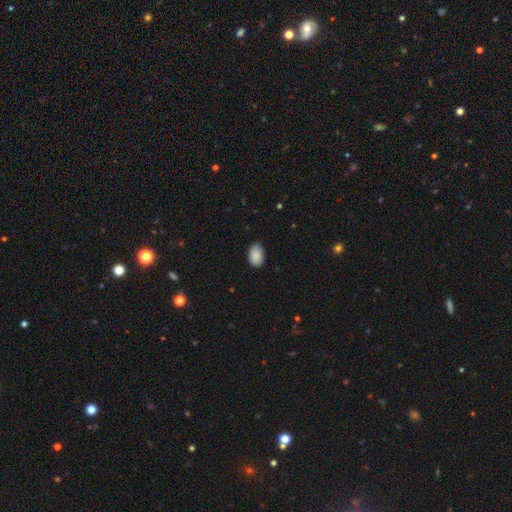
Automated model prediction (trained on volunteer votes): Smooth or featured: smooth — 89% (star or artifact — 7%)
How rounded: in between — 89% (round — 10%)
Merging: none — 87% (minor disturbance — 11%)